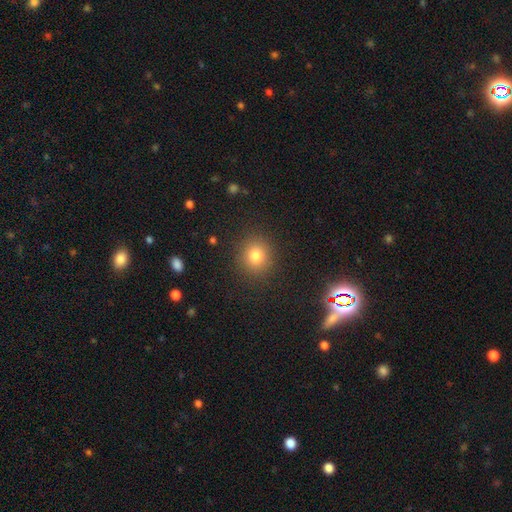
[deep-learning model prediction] Morphology: type=smooth (79%); roundness=round (83%); merging=none (88%).